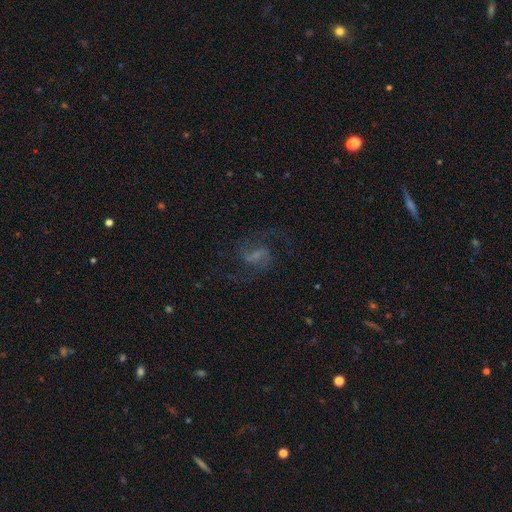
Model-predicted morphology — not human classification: The model was most divided on "bulge size": none: 41%, small: 35%, moderate: 18%, large: 5%, dominant: 1%. Remaining: edge-on disk — no (97%); spiral arms — yes (95%); spiral arm count — 2 (92%); smooth or featured — featured or disk (80%); merging — none (72%); spiral winding — medium (51%); bar — weak (48%).